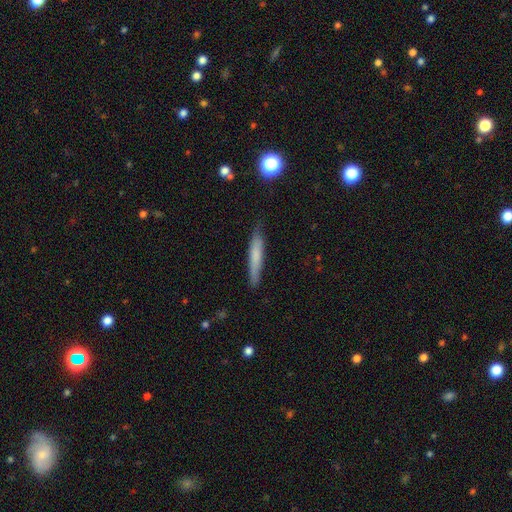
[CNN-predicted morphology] Smooth or featured? smooth (69%)
How rounded? cigar-shaped (92%)
Merging? none (82%)